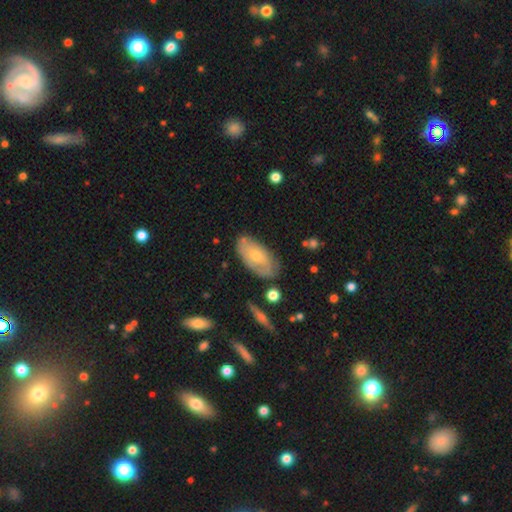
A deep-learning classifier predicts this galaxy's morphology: featured or disk 49%, smooth 44%, star or artifact 8%. Down the decision tree: merging — none (72%).